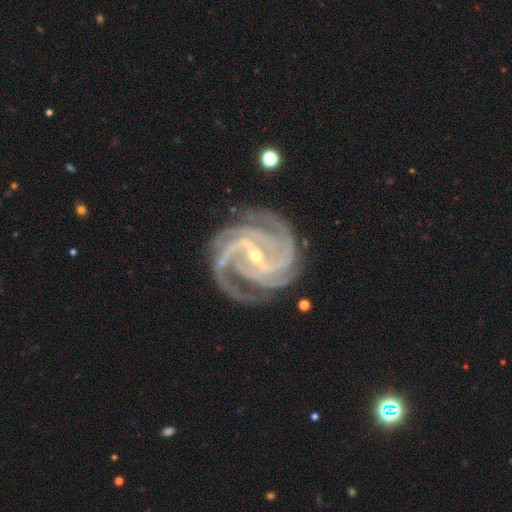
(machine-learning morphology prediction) A featured or disk galaxy (94%) with a strong bar (66%), 3 (34%) tight (57%) spiral arms (99%) and a small central bulge (71%).

Vote fractions:
- Smooth or featured? featured or disk: 94% / star or artifact: 4% / smooth: 2%
- Edge-on disk? no: 98% / yes: 2%
- Bar? strong: 66% / weak: 26% / no: 8%
- Spiral arms? yes: 99% / no: 1%
- Spiral winding? tight: 57% / medium: 38% / loose: 5%
- Spiral arm count? 3: 34% / 4: 31% / 2: 14% / can't tell: 8% / more than 4: 7% / 1: 6%
- Bulge size? small: 71% / moderate: 27% / none: 1% / large: 1% / dominant: 1%
- Merging? none: 79% / minor disturbance: 14% / major disturbance: 6% / merger: 1%